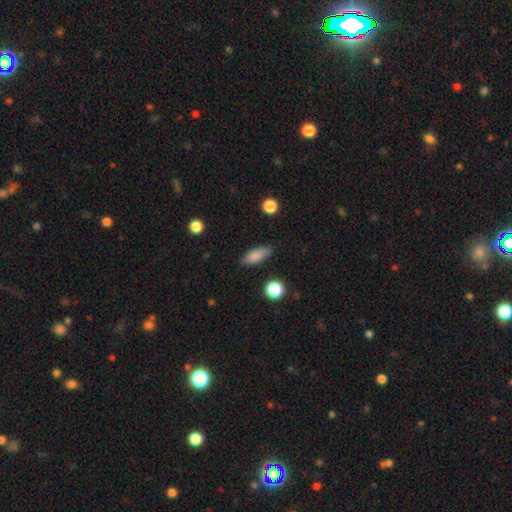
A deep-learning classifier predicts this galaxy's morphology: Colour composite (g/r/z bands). It shows a smooth galaxy with no disk features (85%) that is in between round and cigar-shaped (69%). Merging: none (86%).